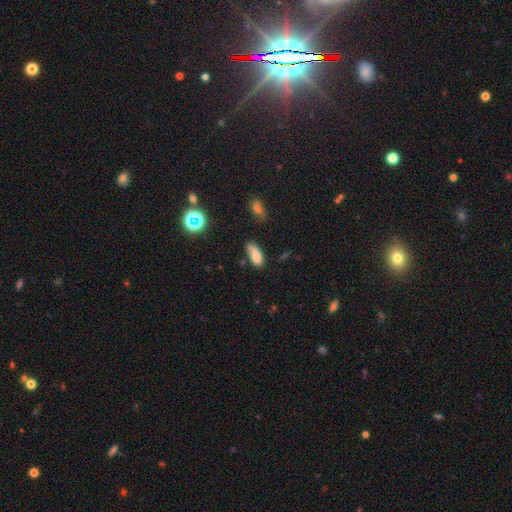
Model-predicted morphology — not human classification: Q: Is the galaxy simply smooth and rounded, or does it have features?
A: smooth — 78%.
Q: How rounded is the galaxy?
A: in between — 80%.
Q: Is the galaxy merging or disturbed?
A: none — 50%.